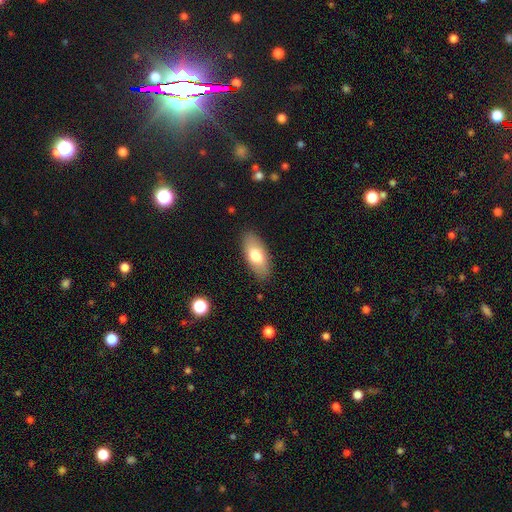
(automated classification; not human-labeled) smooth-or-featured: smooth: 73% | featured or disk: 20% | star or artifact: 6%
  how-rounded: in between: 89% | cigar-shaped: 9% | round: 3%
  merging: none: 86% | minor disturbance: 10% | major disturbance: 3% | merger: 1%